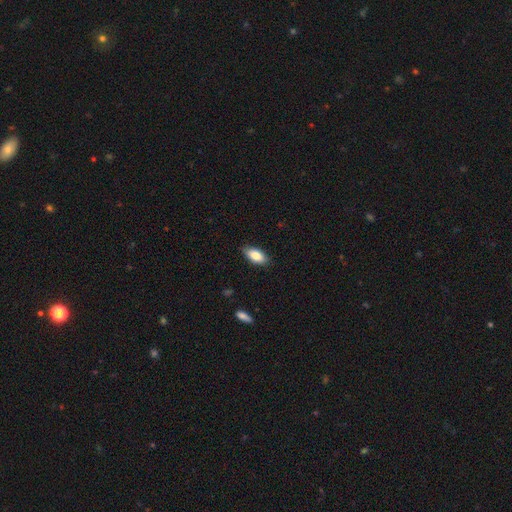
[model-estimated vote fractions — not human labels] smooth_or_featured: smooth (p=0.83) [alt: featured or disk p=0.11]
how_rounded: in between (p=0.90) [alt: cigar-shaped p=0.08]
merging: none (p=0.86) [alt: minor disturbance p=0.11]